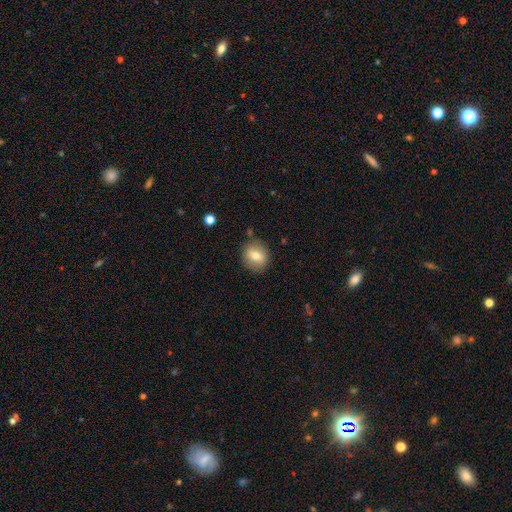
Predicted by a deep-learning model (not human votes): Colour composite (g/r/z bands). It shows a smooth galaxy with no disk features (72%) that is round (72%). Merging: none (84%).